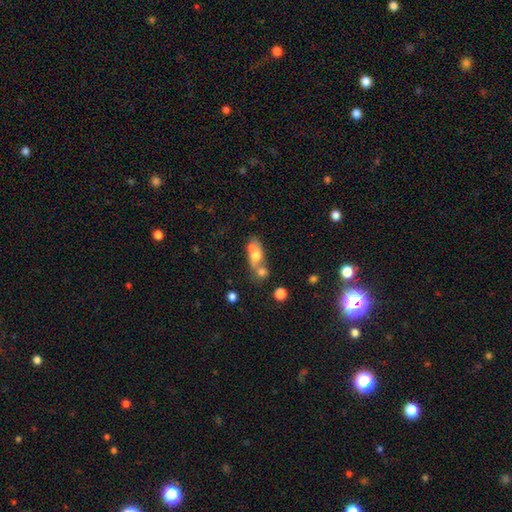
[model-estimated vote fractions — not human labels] Smooth or featured: smooth — 59% (featured or disk — 30%)
How rounded: in between — 66% (round — 24%)
Merging: merger — 53% (none — 30%)